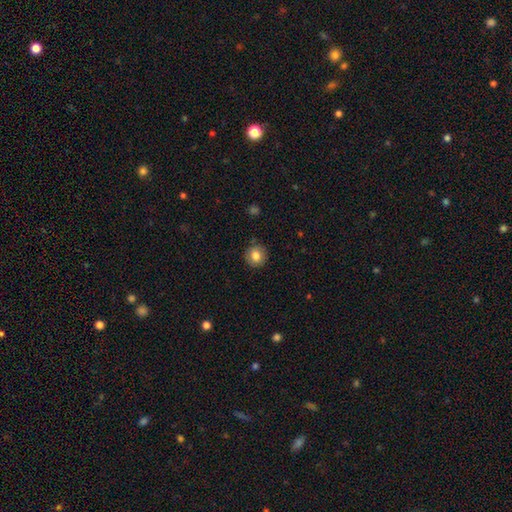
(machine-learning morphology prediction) Q: Smooth or featured?
A: smooth (82%); runner-up: star or artifact (10%)
Q: How rounded?
A: round (93%); runner-up: in between (6%)
Q: Merging?
A: none (90%); runner-up: minor disturbance (7%)